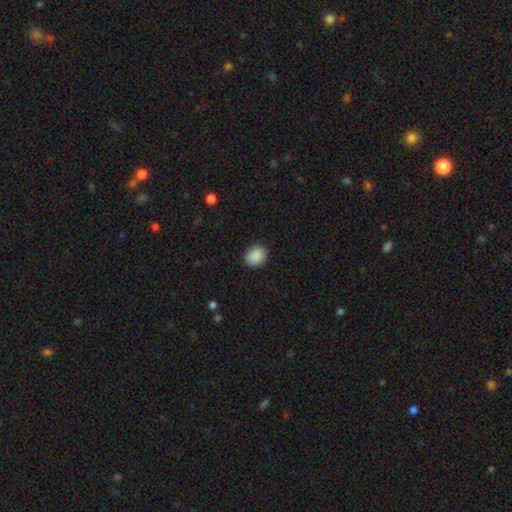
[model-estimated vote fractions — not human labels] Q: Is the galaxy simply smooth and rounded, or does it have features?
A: smooth — 89%.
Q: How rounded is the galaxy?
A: round — 57%.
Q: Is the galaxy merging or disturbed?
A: none — 88%.